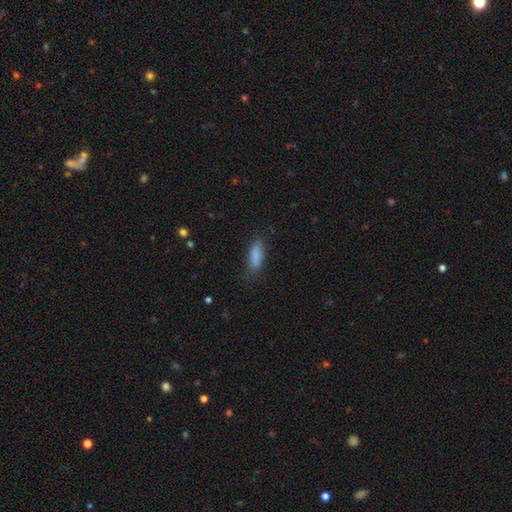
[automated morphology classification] A smooth galaxy with no disk features (86%) that is in between round and cigar-shaped (62%).

Vote fractions:
- Smooth or featured? smooth: 86% / star or artifact: 7% / featured or disk: 7%
- How rounded? in between: 62% / cigar-shaped: 36% / round: 2%
- Merging? none: 79% / minor disturbance: 15% / major disturbance: 4% / merger: 1%